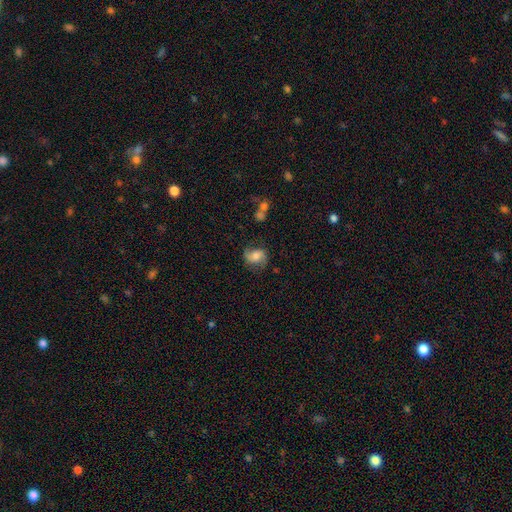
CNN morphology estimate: Smooth or featured: featured or disk — 47% (smooth — 44%)
Merging: none — 68% (minor disturbance — 20%)